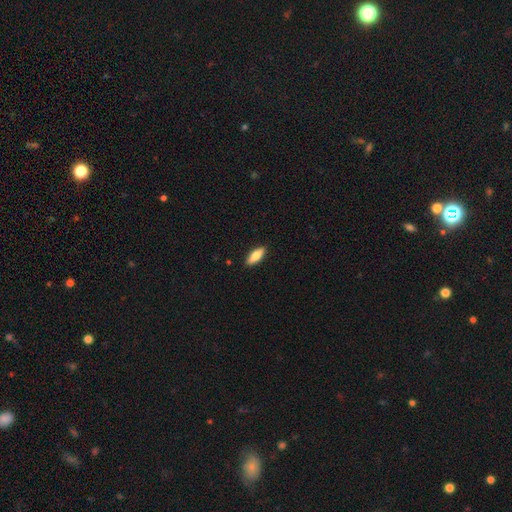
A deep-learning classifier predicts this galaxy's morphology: Smooth or featured? Predicted: smooth (p=0.71). How rounded? Predicted: in between (p=0.62). Merging? Predicted: none (p=0.90).